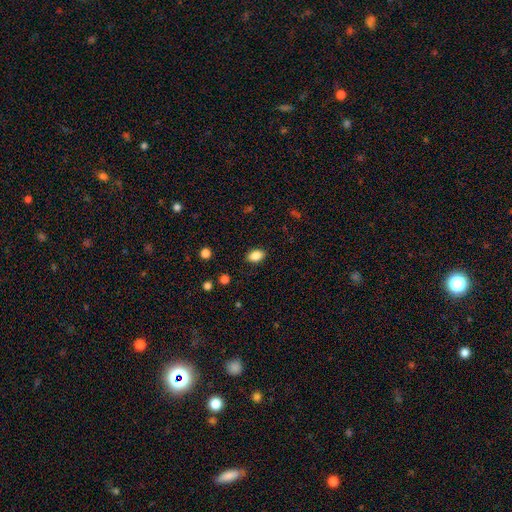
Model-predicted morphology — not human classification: smooth-or-featured: smooth: 86% | star or artifact: 9% | featured or disk: 5%
  how-rounded: in between: 84% | round: 15% | cigar-shaped: 1%
  merging: none: 87% | minor disturbance: 9% | major disturbance: 2% | merger: 1%